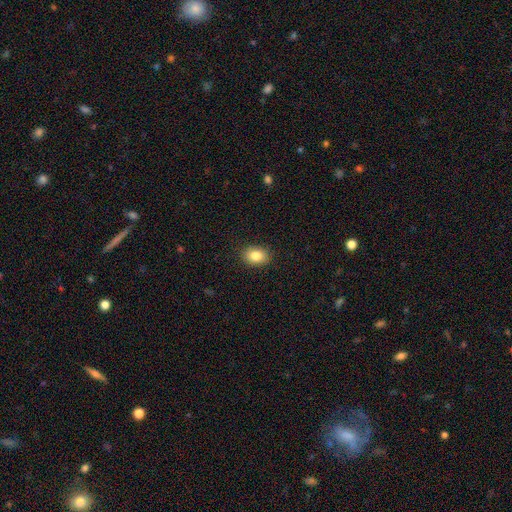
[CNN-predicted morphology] Smooth or featured? Predicted: smooth (p=0.84). How rounded? Predicted: in between (p=0.69). Merging? Predicted: none (p=0.89).